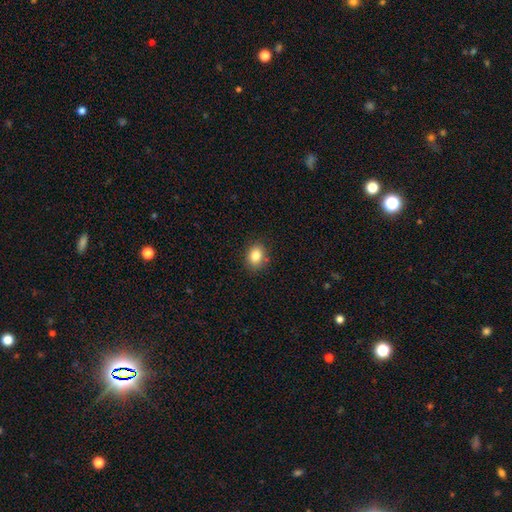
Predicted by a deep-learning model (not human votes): Overall: smooth (84%). How rounded: in between (58%; round 41%). Merging: none (83%).